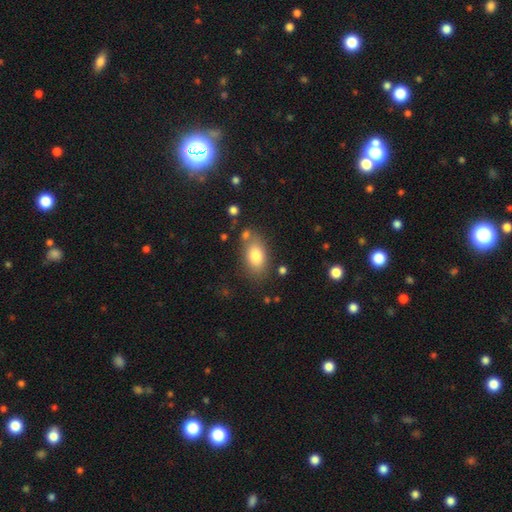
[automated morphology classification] type=smooth (81%); roundness=in between (88%); merging=none (72%).